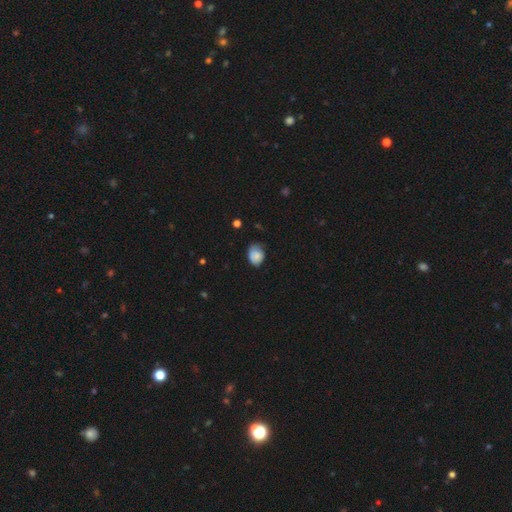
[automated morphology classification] smooth_or_featured: smooth (p=0.82) [alt: featured or disk p=0.10]
how_rounded: in between (p=0.60) [alt: round p=0.39]
merging: none (p=0.55) [alt: minor disturbance p=0.36]